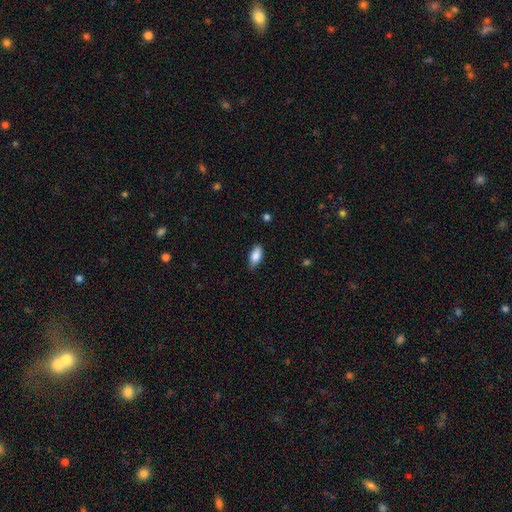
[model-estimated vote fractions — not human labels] smooth 85%, featured or disk 8%, star or artifact 7%. Down the decision tree: how rounded — in between (87%); merging — none (79%).